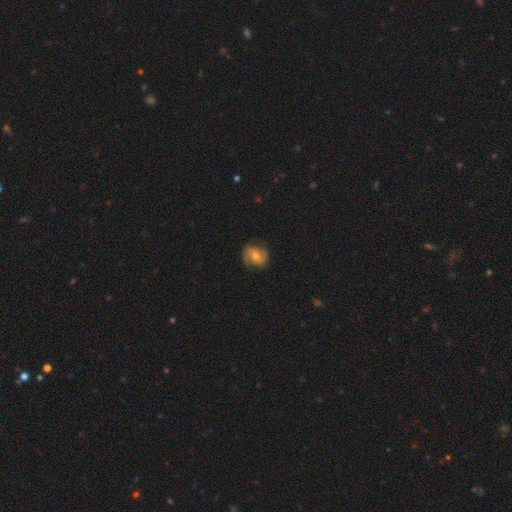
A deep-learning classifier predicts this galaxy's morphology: This is possibly a featured or disk galaxy (49%). Merging: likely none (75%).